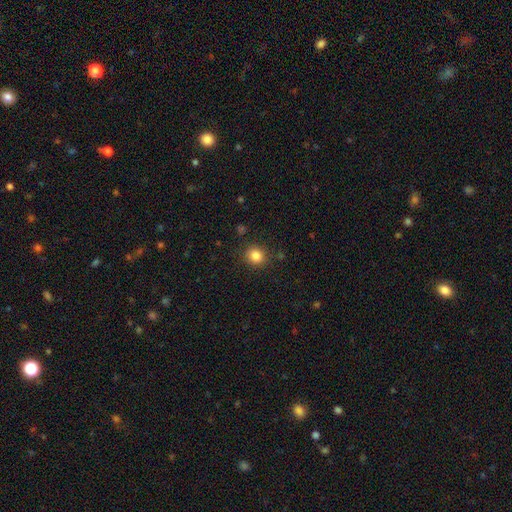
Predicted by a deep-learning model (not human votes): Overall: smooth (83%). How rounded: round (82%). Merging: none (87%).